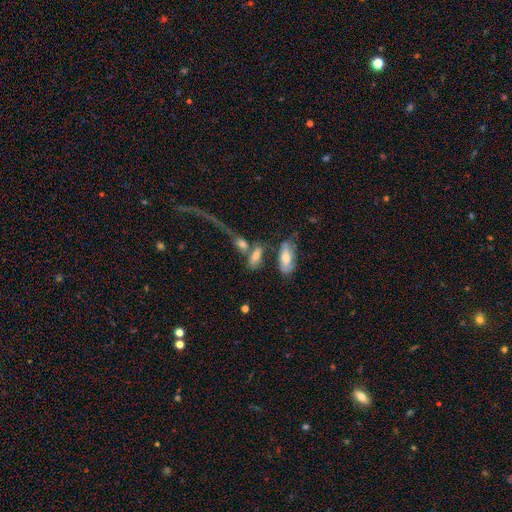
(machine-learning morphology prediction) Smooth or featured? smooth (67%)
How rounded? in between (80%)
Merging? none (40%)